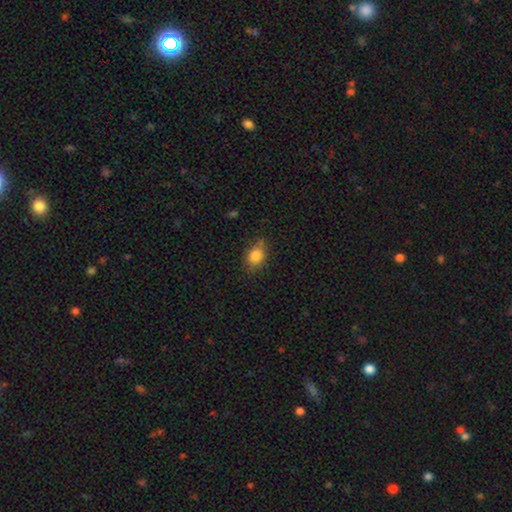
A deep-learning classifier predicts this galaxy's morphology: Q: Smooth or featured?
A: smooth (85%); runner-up: star or artifact (9%)
Q: How rounded?
A: in between (61%); runner-up: round (37%)
Q: Merging?
A: none (73%); runner-up: minor disturbance (19%)